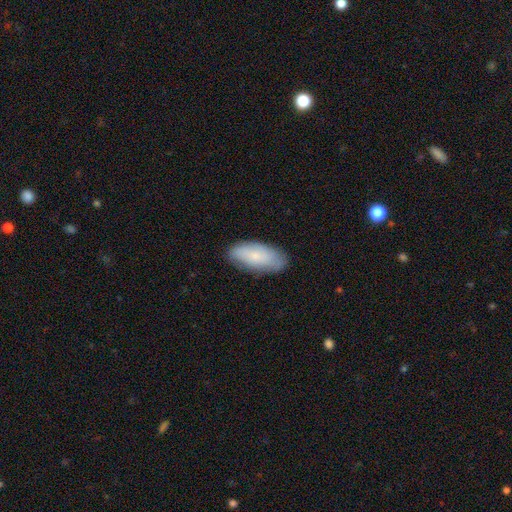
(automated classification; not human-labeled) smooth-or-featured: smooth: 75% | featured or disk: 19% | star or artifact: 6%
  how-rounded: in between: 88% | cigar-shaped: 10% | round: 2%
  merging: none: 80% | minor disturbance: 16% | major disturbance: 3% | merger: 1%